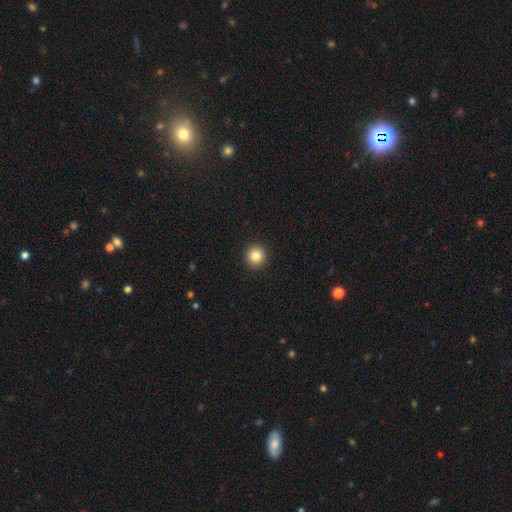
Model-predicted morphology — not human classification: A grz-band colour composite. It shows a smooth galaxy with no disk features (84%) that is round (94%). Merging: none (93%).